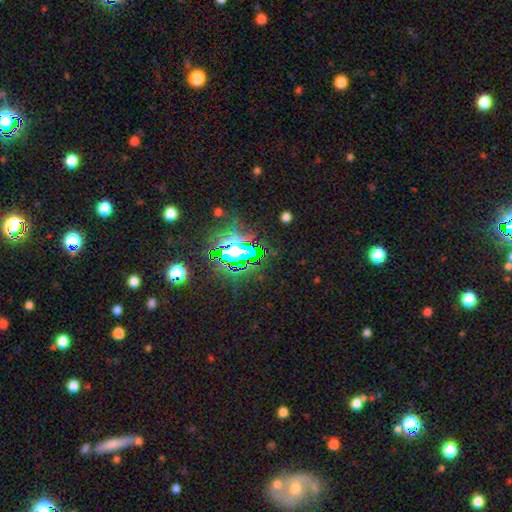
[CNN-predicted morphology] Overall: star or artifact (76%).